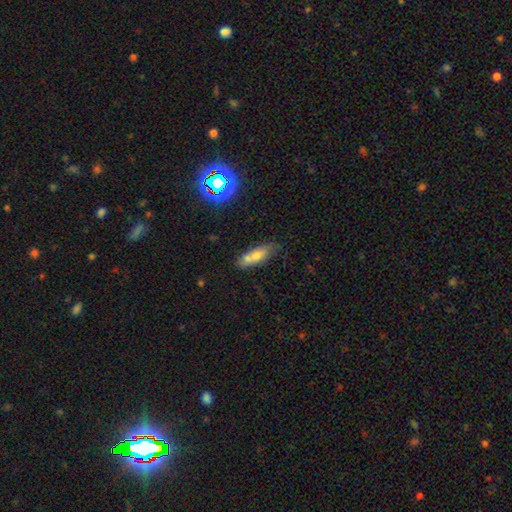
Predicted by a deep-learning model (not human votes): Smooth or featured: smooth — 60% (featured or disk — 25%)
How rounded: in between — 59% (cigar-shaped — 36%)
Merging: none — 58% (merger — 21%)